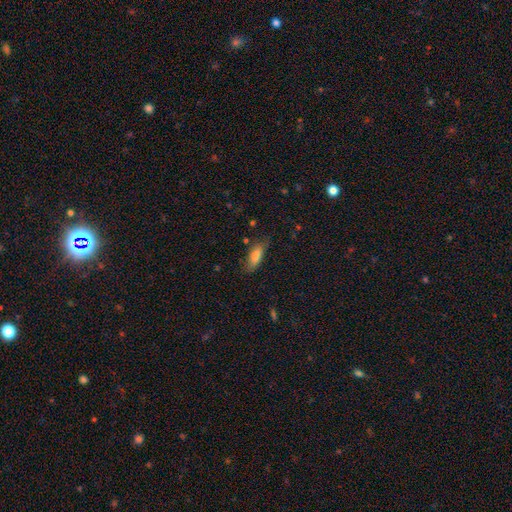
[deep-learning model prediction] A smooth galaxy with no disk features (79%) that is in between round and cigar-shaped (70%).

Vote fractions:
- Smooth or featured? smooth: 79% / featured or disk: 14% / star or artifact: 7%
- How rounded? in between: 70% / cigar-shaped: 27% / round: 2%
- Merging? none: 71% / minor disturbance: 21% / major disturbance: 5% / merger: 2%